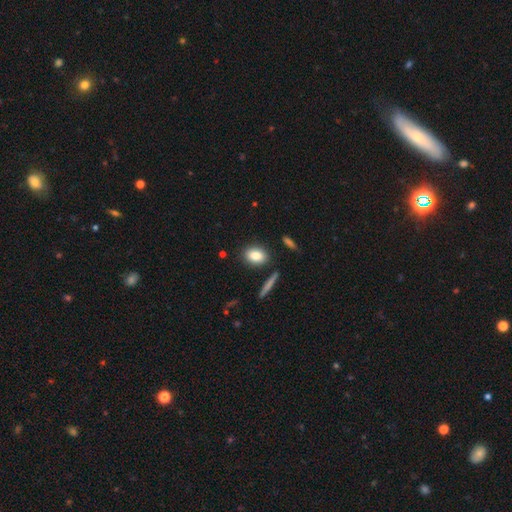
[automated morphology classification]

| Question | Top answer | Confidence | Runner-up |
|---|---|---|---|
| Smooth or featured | smooth | 83% | featured or disk (9%) |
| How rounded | in between | 74% | round (23%) |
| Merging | none | 84% | minor disturbance (9%) |